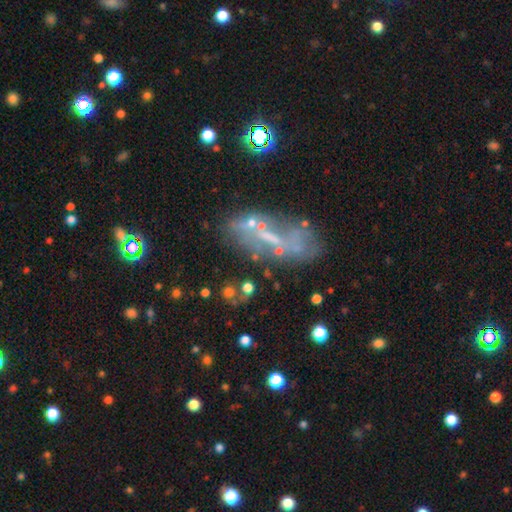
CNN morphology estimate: smooth-or-featured: featured or disk: 53% | smooth: 28% | star or artifact: 19%
  disk-edge-on: no: 85% | yes: 15%
  merging: none: 44% | major disturbance: 21% | minor disturbance: 20% | merger: 15%